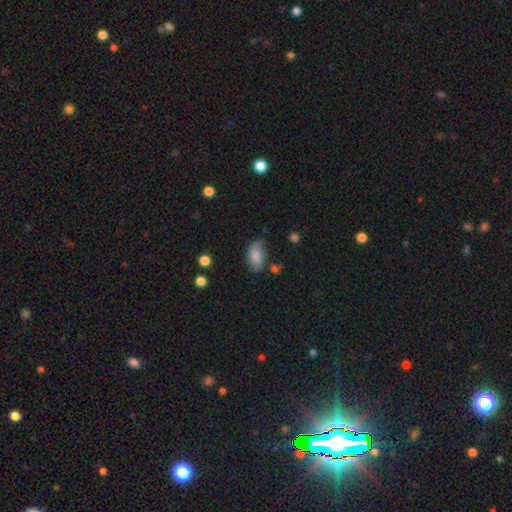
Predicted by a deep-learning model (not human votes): Smooth or featured? smooth (82%)
How rounded? in between (93%)
Merging? none (66%)